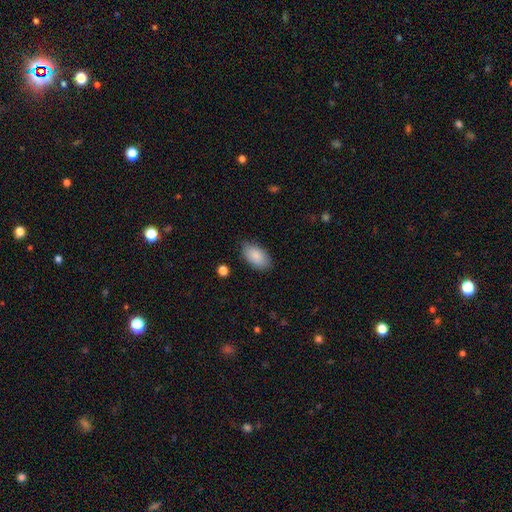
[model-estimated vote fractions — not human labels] Smooth or featured? smooth (88%)
How rounded? in between (94%)
Merging? none (83%)